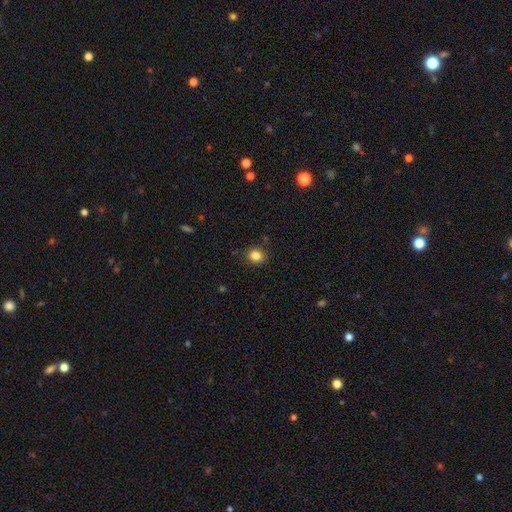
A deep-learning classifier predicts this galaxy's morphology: Smooth or featured?
  - smooth: 84% *
  - star or artifact: 11%
  - featured or disk: 5%
How rounded?
  - round: 74% *
  - in between: 25%
  - cigar-shaped: 1%
Merging?
  - none: 87% *
  - minor disturbance: 9%
  - major disturbance: 3%
  - merger: 2%